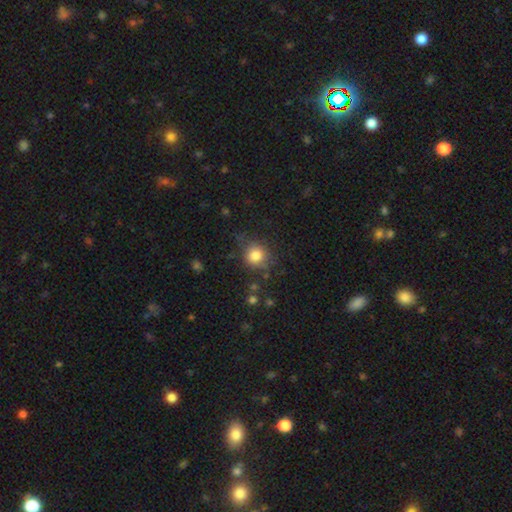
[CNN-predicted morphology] Smooth or featured? Predicted: smooth (p=0.81). How rounded? Predicted: round (p=0.85). Merging? Predicted: none (p=0.73).